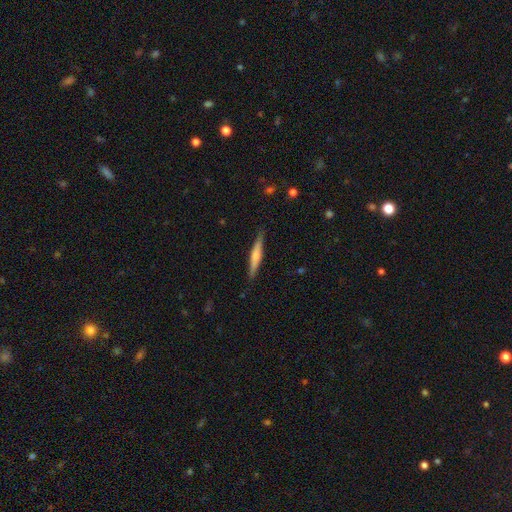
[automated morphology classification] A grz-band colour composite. It shows a smooth galaxy with no disk features (50%) that is cigar-shaped (92%). Merging: none (87%).